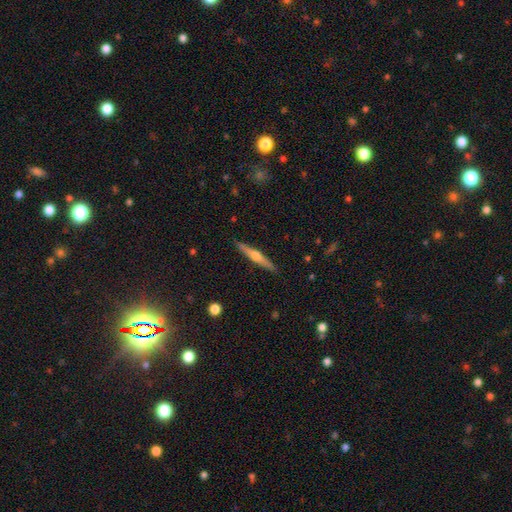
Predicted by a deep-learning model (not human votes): smooth-or-featured: featured or disk: 63% | smooth: 31% | star or artifact: 6%
  disk-edge-on: yes: 97% | no: 3%
    edge-on-bulge: rounded: 89% | none: 7% | boxy: 4%
  merging: none: 90% | minor disturbance: 7% | major disturbance: 1% | merger: 1%